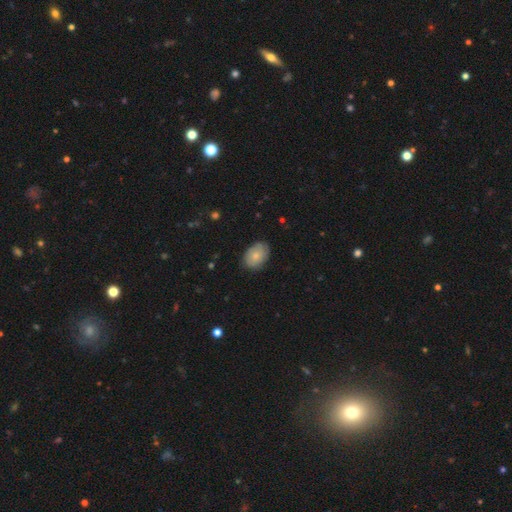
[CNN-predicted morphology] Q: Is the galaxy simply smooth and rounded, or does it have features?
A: smooth — 70%.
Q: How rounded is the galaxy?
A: in between — 81%.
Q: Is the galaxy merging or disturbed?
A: none — 78%.